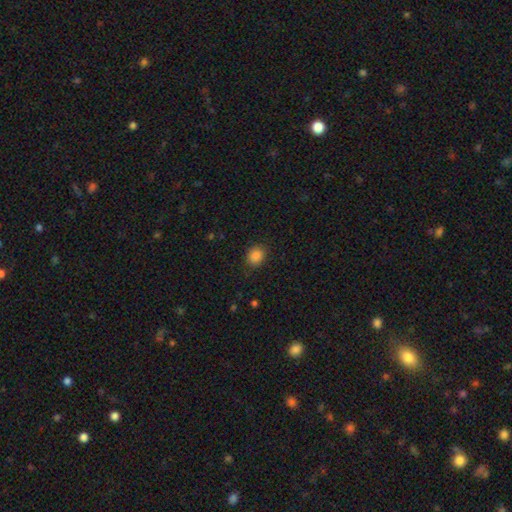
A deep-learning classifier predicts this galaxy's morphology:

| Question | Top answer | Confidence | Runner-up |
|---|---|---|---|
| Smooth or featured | smooth | 87% | star or artifact (10%) |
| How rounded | round | 60% | in between (39%) |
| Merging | none | 88% | minor disturbance (9%) |